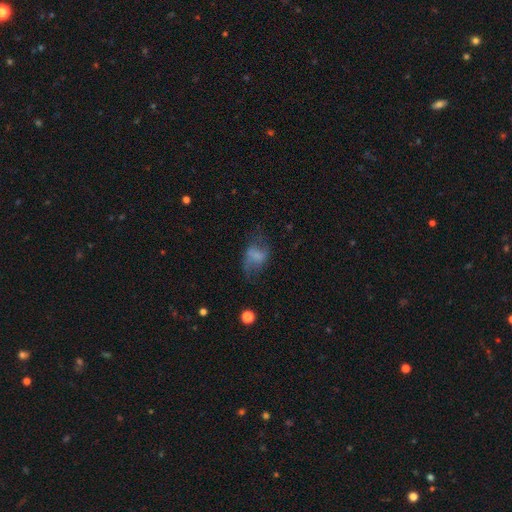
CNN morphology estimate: Overall: smooth (49%; featured or disk 38%). Merging: none (39%; major disturbance 31%).